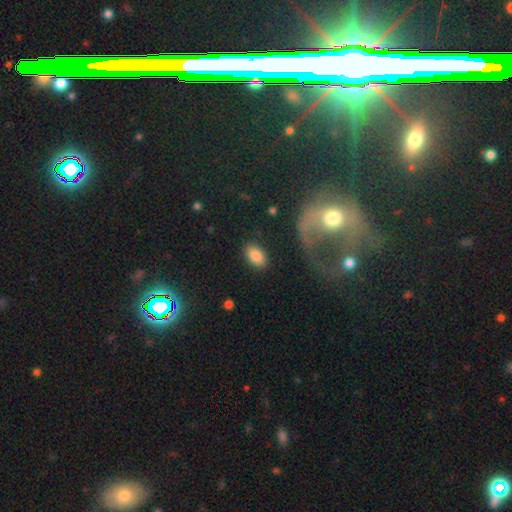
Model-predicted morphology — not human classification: The model was most divided on "merging": none: 85%, minor disturbance: 10%, major disturbance: 3%, merger: 2%. More confident: how rounded — in between (92%); smooth or featured — smooth (86%).